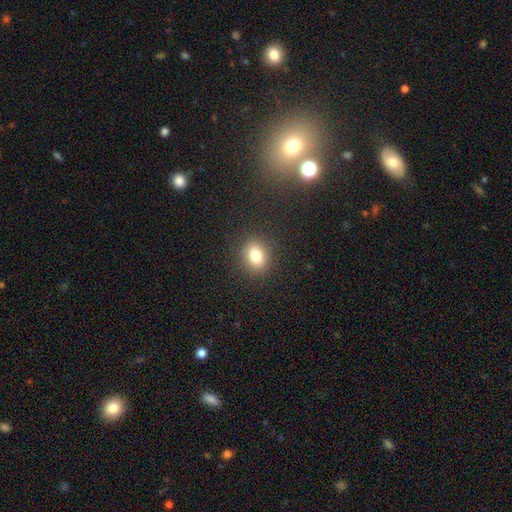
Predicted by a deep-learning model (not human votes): smooth-or-featured: smooth: 80% | star or artifact: 12% | featured or disk: 8%
  how-rounded: round: 52% | in between: 47% | cigar-shaped: 1%
  merging: none: 88% | minor disturbance: 8% | major disturbance: 3% | merger: 1%